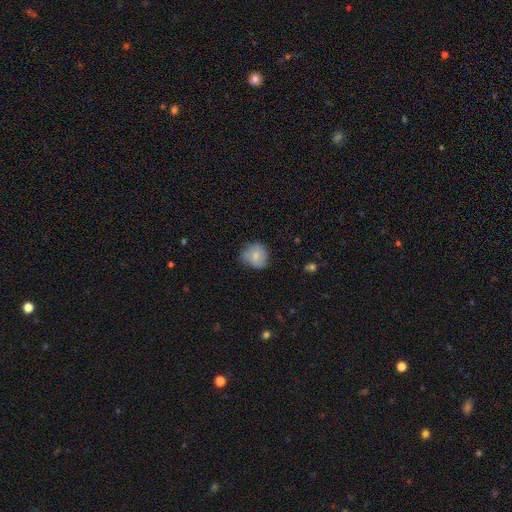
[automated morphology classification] smooth 71%, featured or disk 21%, star or artifact 8%. Down the decision tree: how rounded — round (79%); merging — none (62%).